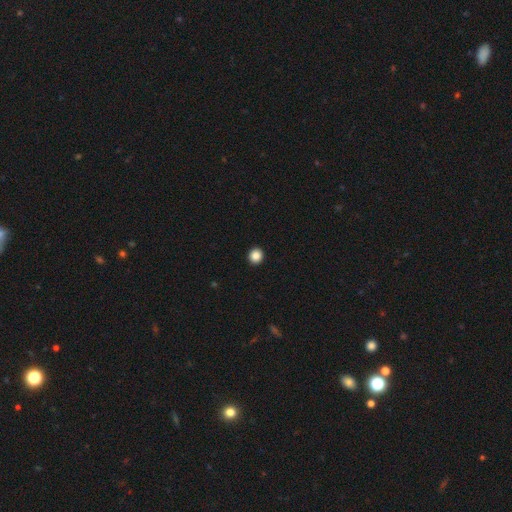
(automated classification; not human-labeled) Smooth or featured? Predicted: smooth (p=0.87). How rounded? Predicted: round (p=0.91). Merging? Predicted: none (p=0.94).